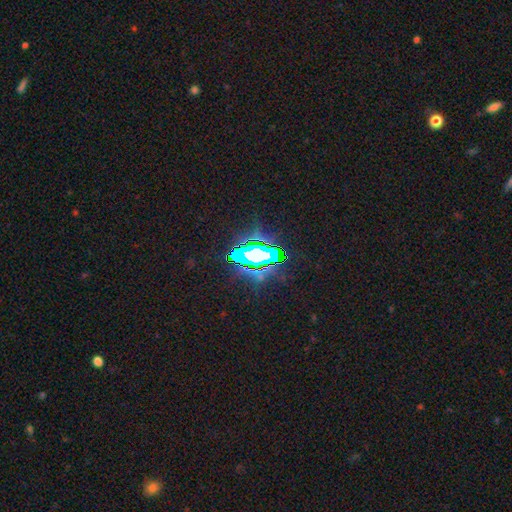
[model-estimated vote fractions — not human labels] Overall: star or artifact (62%).